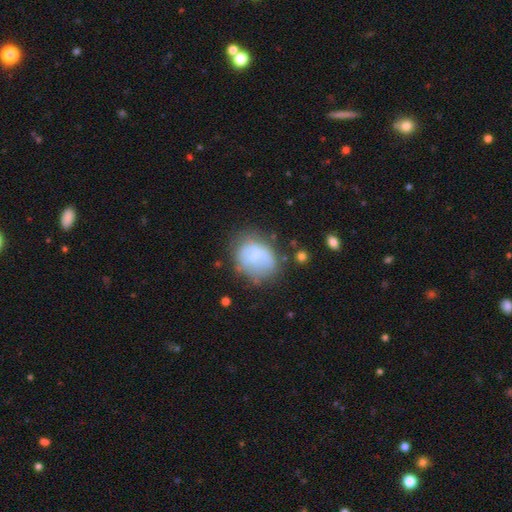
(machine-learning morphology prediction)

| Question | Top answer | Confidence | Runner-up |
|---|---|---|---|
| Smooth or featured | smooth | 55% | featured or disk (35%) |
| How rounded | round | 56% | in between (43%) |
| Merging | none | 48% | minor disturbance (27%) |